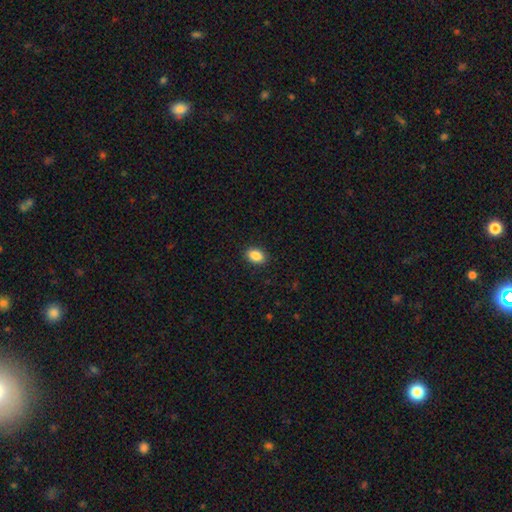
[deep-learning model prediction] This appears to be a smooth galaxy with no disk features (88%) that is in between round and cigar-shaped (83%). Merging: none (90%).